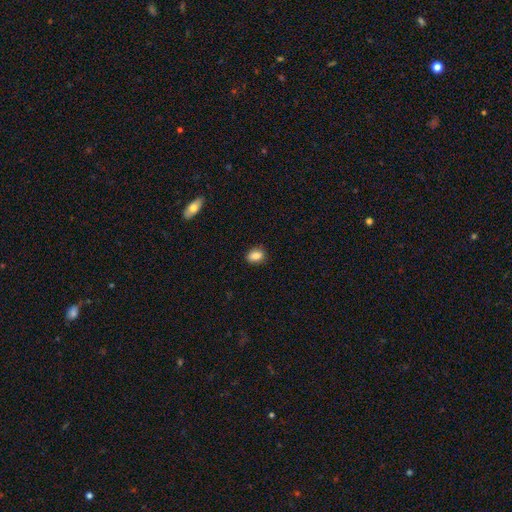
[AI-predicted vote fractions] A smooth galaxy with no disk features (86%) that is in between round and cigar-shaped (71%).

Vote fractions:
- Smooth or featured? smooth: 86% / star or artifact: 9% / featured or disk: 5%
- How rounded? in between: 71% / round: 28% / cigar-shaped: 2%
- Merging? none: 87% / minor disturbance: 10% / major disturbance: 2% / merger: 1%